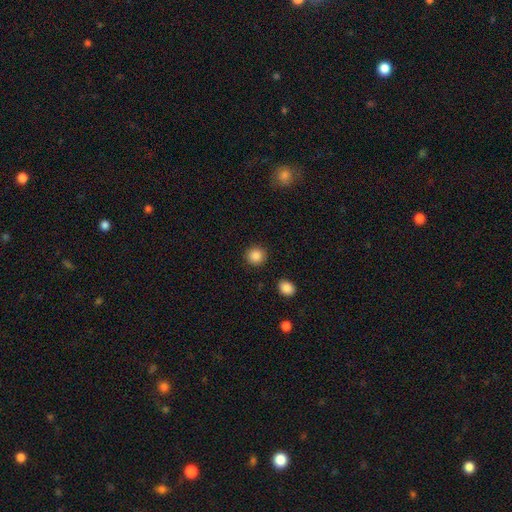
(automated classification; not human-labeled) A smooth galaxy with no disk features (88%) that is round (92%).

Vote fractions:
- Smooth or featured? smooth: 88% / star or artifact: 9% / featured or disk: 3%
- How rounded? round: 92% / in between: 7% / cigar-shaped: 1%
- Merging? none: 90% / minor disturbance: 6% / major disturbance: 2% / merger: 2%